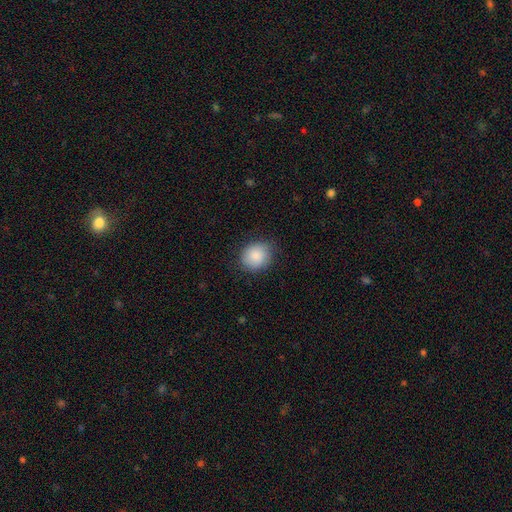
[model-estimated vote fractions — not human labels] smooth_or_featured: smooth (p=0.87) [alt: star or artifact p=0.07]
how_rounded: round (p=0.74) [alt: in between p=0.25]
merging: none (p=0.79) [alt: minor disturbance p=0.16]